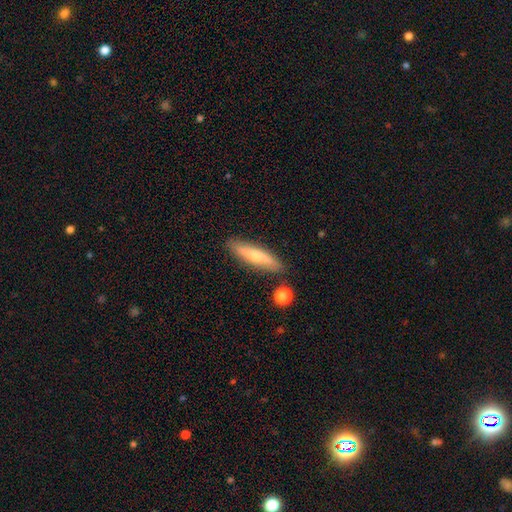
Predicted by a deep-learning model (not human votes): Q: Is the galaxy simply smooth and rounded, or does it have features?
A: smooth — 48%.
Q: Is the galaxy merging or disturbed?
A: none — 84%.